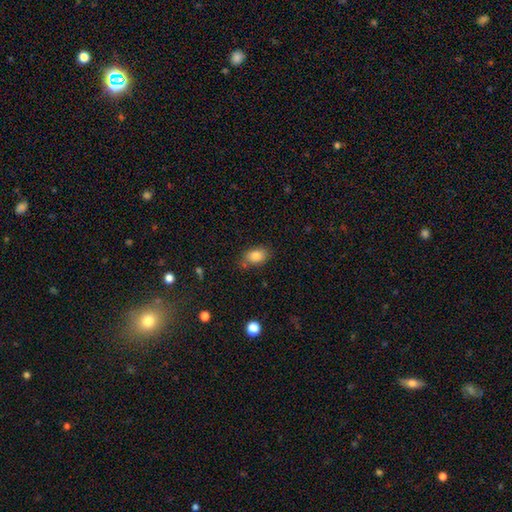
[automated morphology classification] Smooth or featured: smooth — 84% (star or artifact — 9%)
How rounded: in between — 82% (round — 17%)
Merging: none — 72% (minor disturbance — 18%)